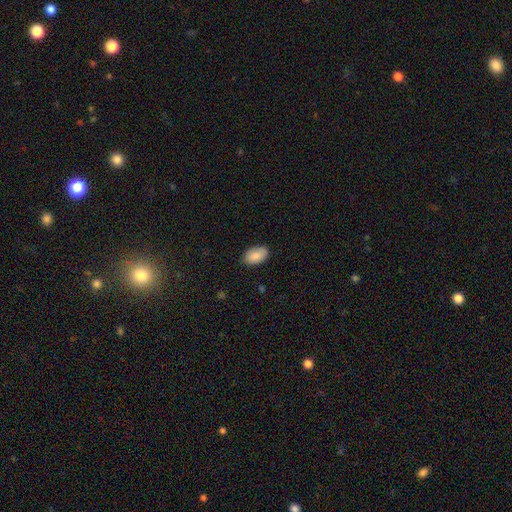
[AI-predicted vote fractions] Smooth or featured?
  - smooth: 86% *
  - featured or disk: 8%
  - star or artifact: 7%
How rounded?
  - in between: 93% *
  - round: 6%
  - cigar-shaped: 1%
Merging?
  - none: 84% *
  - minor disturbance: 13%
  - major disturbance: 2%
  - merger: 1%